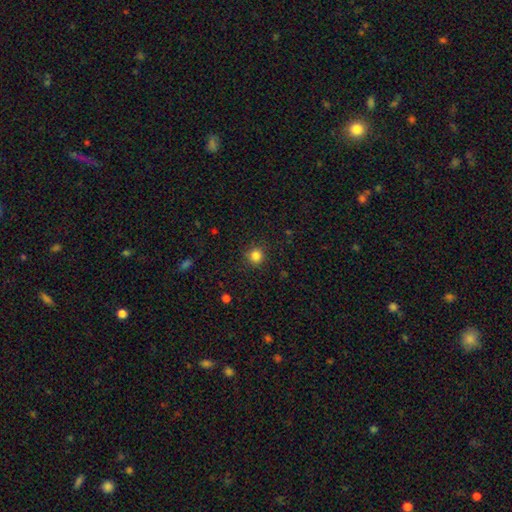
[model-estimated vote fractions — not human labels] Morphology: type=smooth (84%); roundness=round (93%); merging=none (89%).